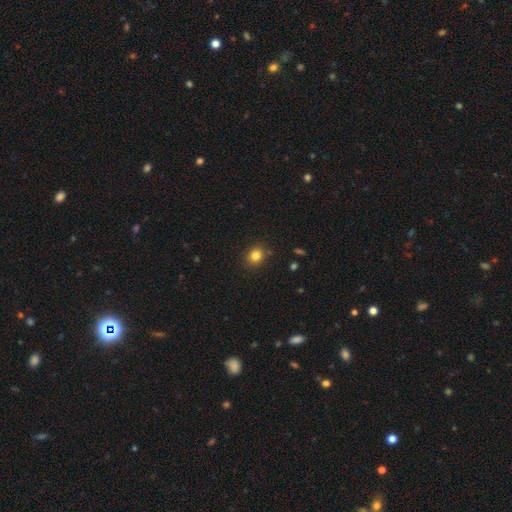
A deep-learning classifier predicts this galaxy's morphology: This is clearly a smooth galaxy (82%). How rounded: likely round (70%). Merging: clearly none (87%).